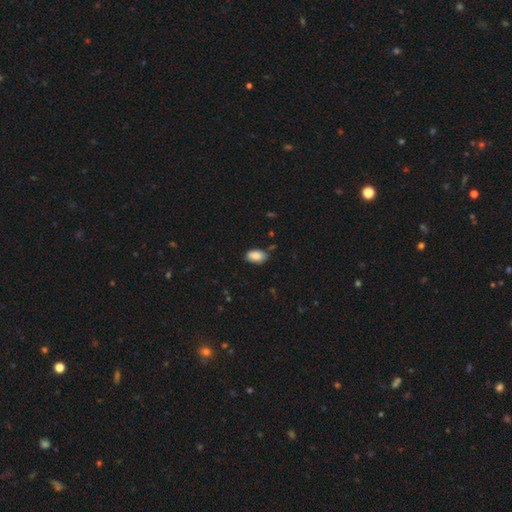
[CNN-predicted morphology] smooth_or_featured: smooth (p=0.88) [alt: star or artifact p=0.07]
how_rounded: in between (p=0.93) [alt: round p=0.05]
merging: none (p=0.79) [alt: minor disturbance p=0.16]